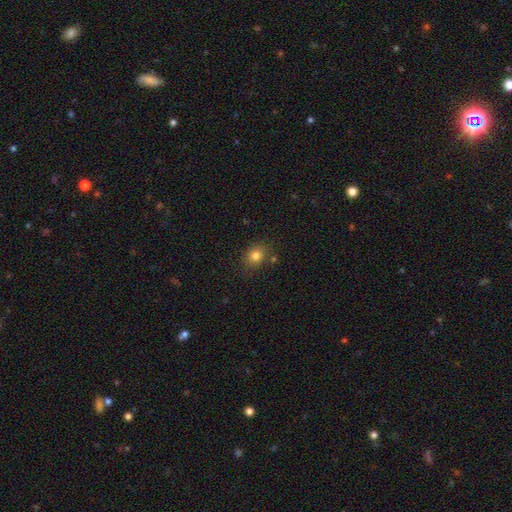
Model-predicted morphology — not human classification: The model was most divided on "how rounded": round: 58%, in between: 41%, cigar-shaped: 1%. More confident: smooth or featured — smooth (80%); merging — none (79%).